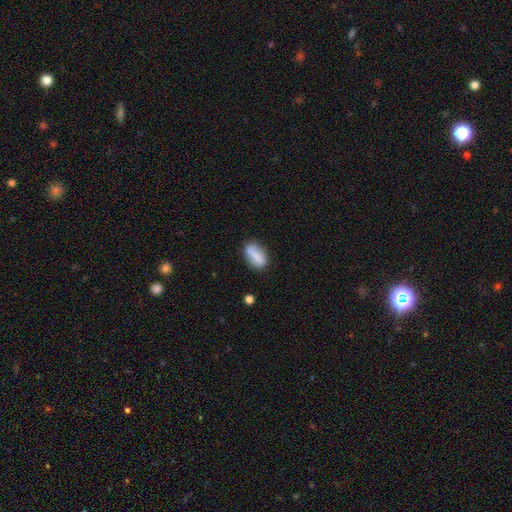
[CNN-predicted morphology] Smooth or featured? smooth (71%)
How rounded? in between (84%)
Merging? none (77%)